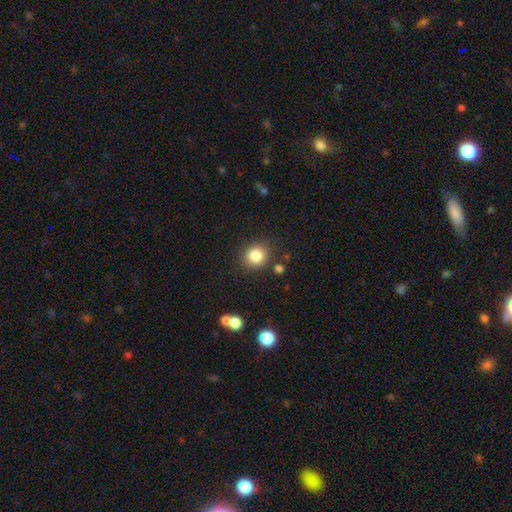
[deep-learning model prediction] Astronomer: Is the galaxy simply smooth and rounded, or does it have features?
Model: smooth — 84%.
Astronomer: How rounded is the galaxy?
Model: round — 82%.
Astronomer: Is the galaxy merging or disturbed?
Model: none — 84%.